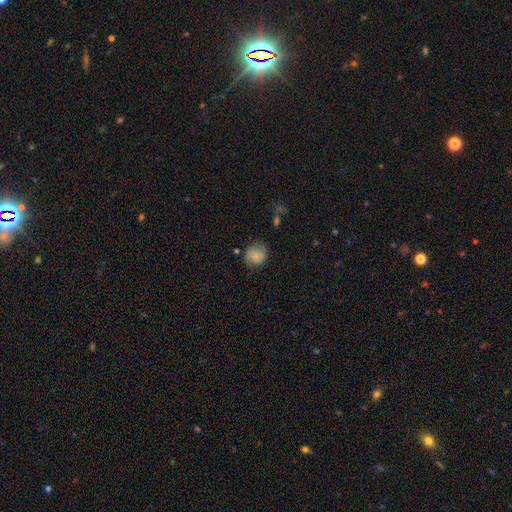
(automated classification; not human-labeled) smooth-or-featured: smooth: 75% | featured or disk: 17% | star or artifact: 8%
  how-rounded: round: 80% | in between: 19% | cigar-shaped: 1%
  merging: none: 72% | minor disturbance: 21% | major disturbance: 6% | merger: 2%